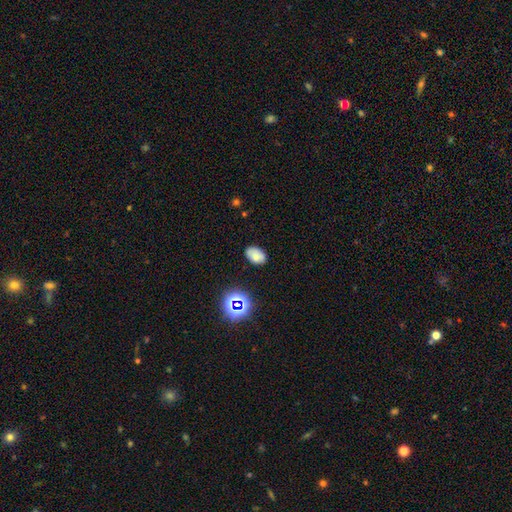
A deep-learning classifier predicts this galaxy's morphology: Q: Smooth or featured?
A: smooth (71%); runner-up: star or artifact (16%)
Q: How rounded?
A: in between (88%); runner-up: round (11%)
Q: Merging?
A: none (80%); runner-up: minor disturbance (15%)